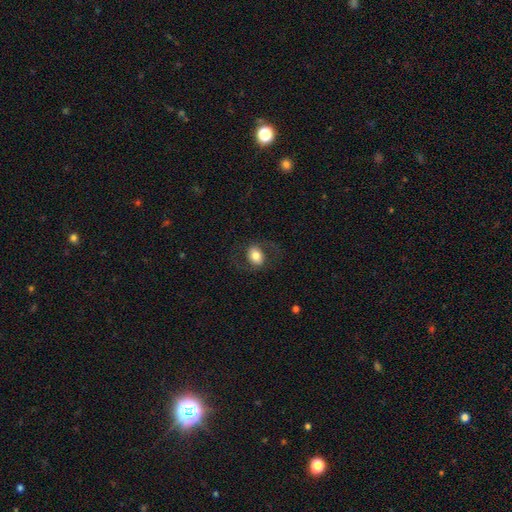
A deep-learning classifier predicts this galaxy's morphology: A smooth galaxy with no disk features (61%) that is in between round and cigar-shaped (65%).

Vote fractions:
- Smooth or featured? smooth: 61% / featured or disk: 31% / star or artifact: 8%
- How rounded? in between: 65% / round: 33% / cigar-shaped: 1%
- Merging? none: 73% / minor disturbance: 14% / major disturbance: 13% / merger: 1%